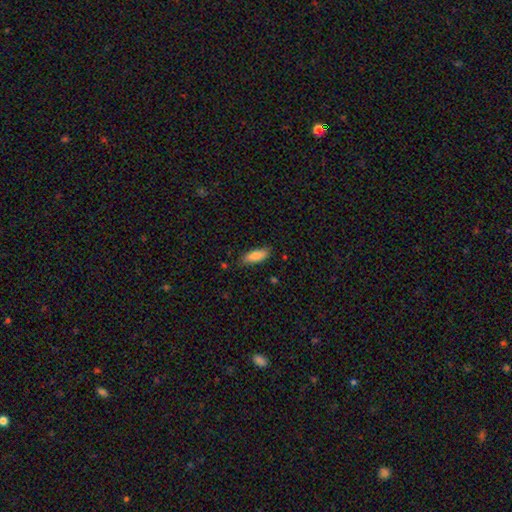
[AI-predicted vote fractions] A smooth galaxy with no disk features (82%) that is in between round and cigar-shaped (72%). Merging: none (80%).